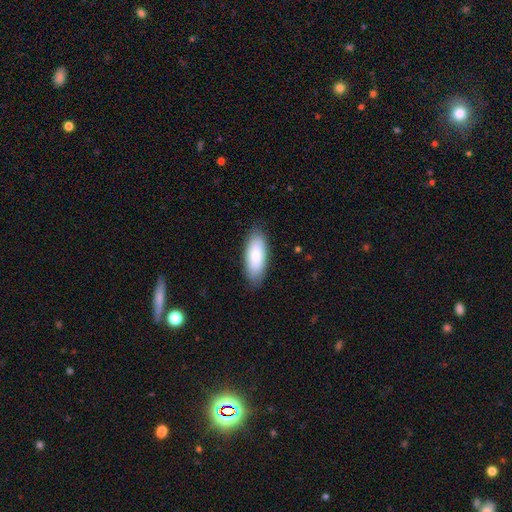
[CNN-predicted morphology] Smooth or featured? Predicted: smooth (p=0.82). How rounded? Predicted: in between (p=0.80). Merging? Predicted: none (p=0.84).